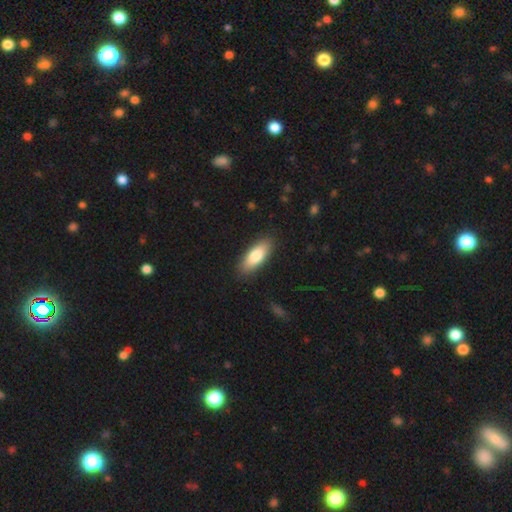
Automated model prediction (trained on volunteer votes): smooth 81%, featured or disk 14%, star or artifact 6%. Down the decision tree: how rounded — in between (75%); merging — none (88%).